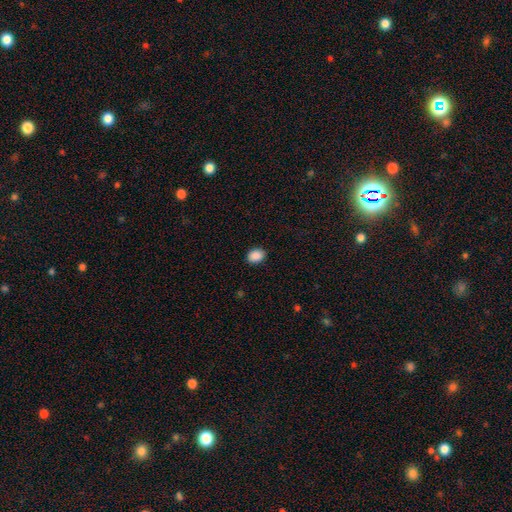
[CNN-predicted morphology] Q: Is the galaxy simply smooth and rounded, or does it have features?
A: smooth — 90%.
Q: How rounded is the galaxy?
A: in between — 67%.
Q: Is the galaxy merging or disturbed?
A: none — 89%.